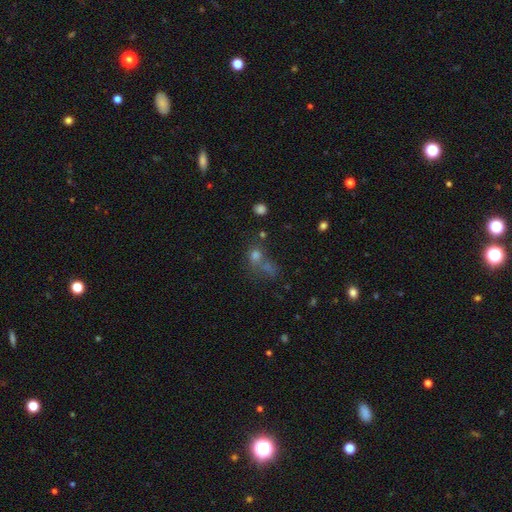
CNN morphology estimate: Smooth or featured: smooth — 59% (star or artifact — 29%)
How rounded: round — 73% (in between — 25%)
Merging: none — 48% (merger — 33%)